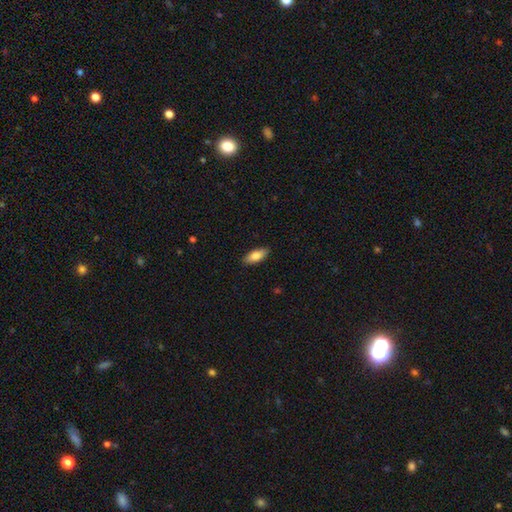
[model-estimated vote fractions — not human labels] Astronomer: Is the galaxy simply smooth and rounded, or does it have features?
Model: smooth — 79%.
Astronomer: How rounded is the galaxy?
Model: in between — 80%.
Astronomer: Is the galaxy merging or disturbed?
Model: none — 89%.